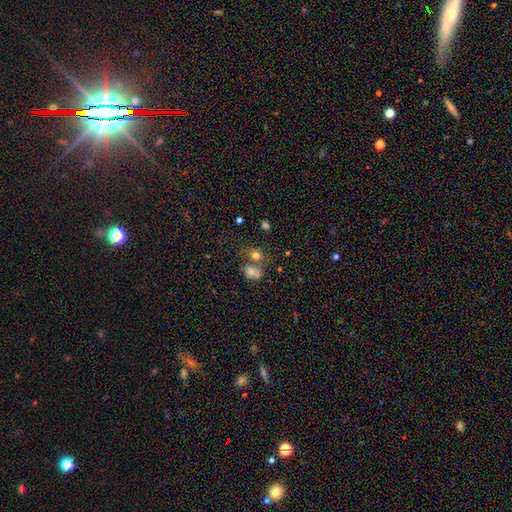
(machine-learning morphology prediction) Q: Smooth or featured?
A: smooth (72%); runner-up: star or artifact (17%)
Q: How rounded?
A: round (60%); runner-up: in between (38%)
Q: Merging?
A: none (46%); runner-up: merger (37%)